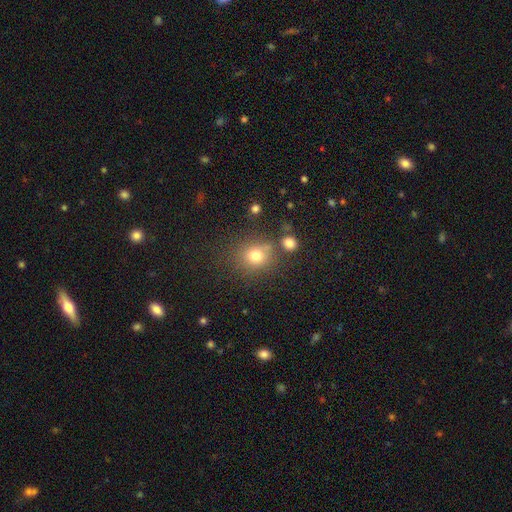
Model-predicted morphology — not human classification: smooth_or_featured: smooth (p=0.76) [alt: star or artifact p=0.15]
how_rounded: round (p=0.80) [alt: in between p=0.19]
merging: none (p=0.71) [alt: minor disturbance p=0.13]